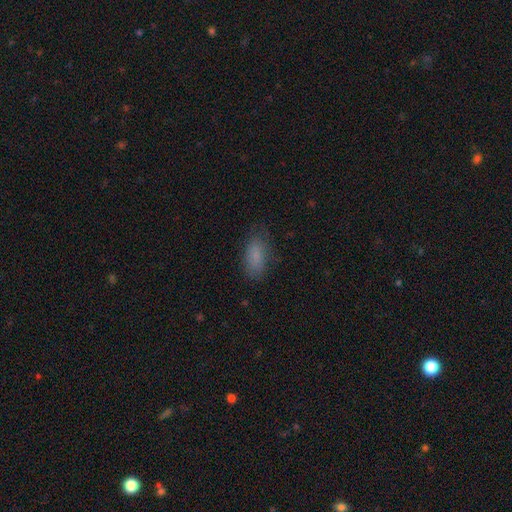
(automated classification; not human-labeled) Morphology: type=smooth (82%); roundness=in between (88%); merging=none (74%).